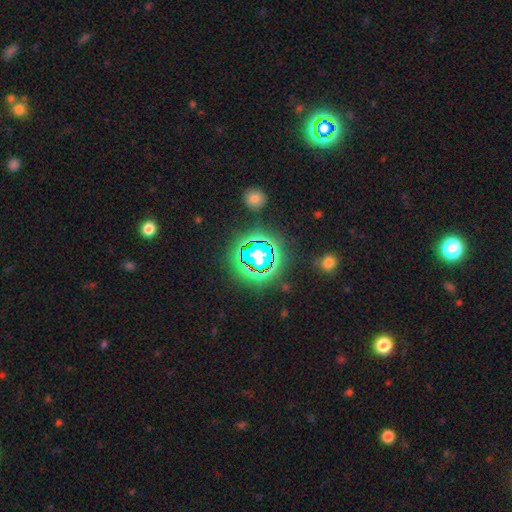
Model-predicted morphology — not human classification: The model was most divided on "smooth or featured": star or artifact: 71%, smooth: 17%, featured or disk: 12%.